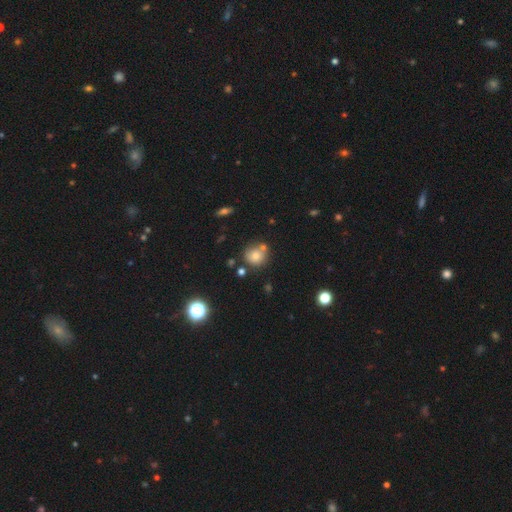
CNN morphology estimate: Smooth or featured? smooth (72%)
How rounded? round (87%)
Merging? none (67%)